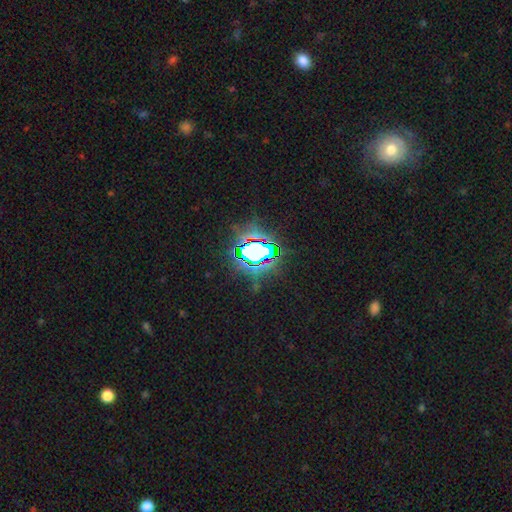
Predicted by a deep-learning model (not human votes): smooth_or_featured: star or artifact (p=0.81) [alt: smooth p=0.11]